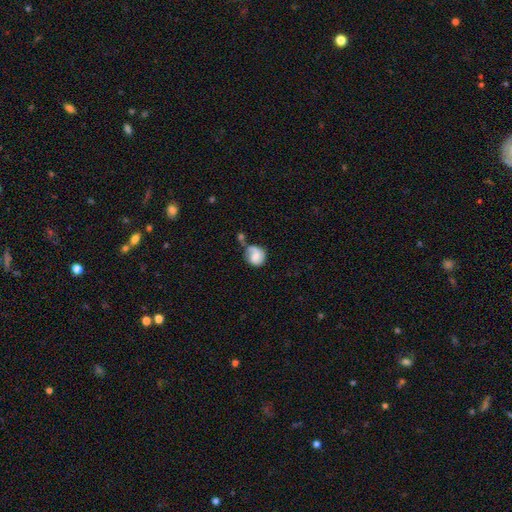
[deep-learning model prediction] Q: Smooth or featured?
A: smooth (48%); runner-up: featured or disk (44%)
Q: Merging?
A: none (36%); runner-up: minor disturbance (26%)